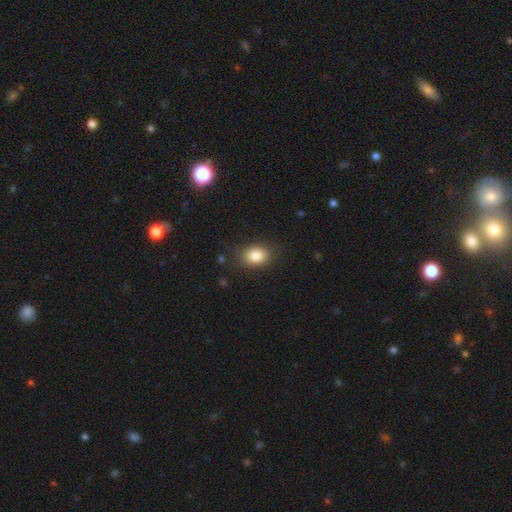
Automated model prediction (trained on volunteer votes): Smooth or featured?
  - smooth: 84% *
  - star or artifact: 9%
  - featured or disk: 7%
How rounded?
  - in between: 66% *
  - round: 33%
  - cigar-shaped: 1%
Merging?
  - none: 82% *
  - minor disturbance: 13%
  - major disturbance: 4%
  - merger: 1%